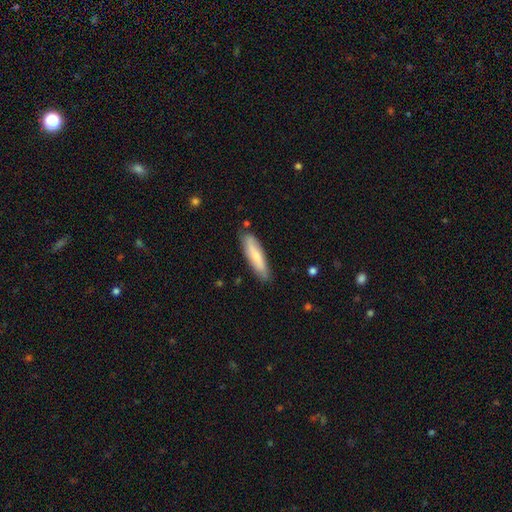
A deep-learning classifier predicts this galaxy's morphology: Overall: smooth (68%). How rounded: cigar-shaped (71%). Merging: none (80%).